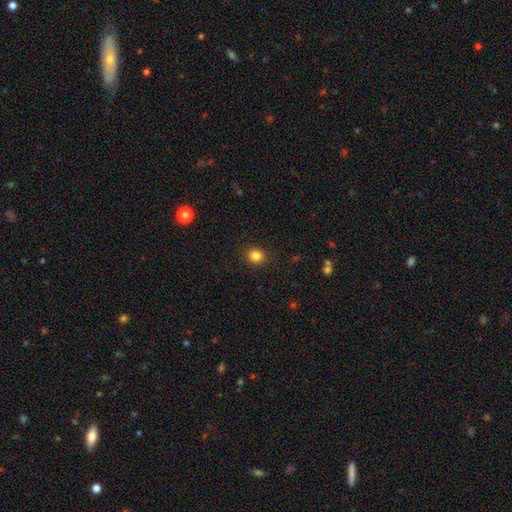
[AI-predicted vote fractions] This appears to be a smooth galaxy with no disk features (85%) that is round (84%). Merging: none (91%).